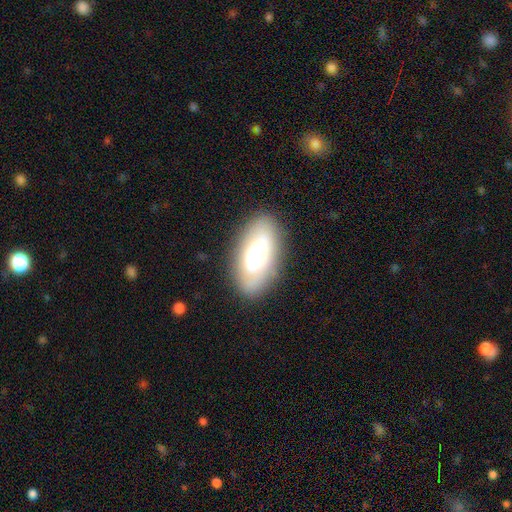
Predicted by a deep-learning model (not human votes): smooth 64%, featured or disk 27%, star or artifact 8%. Down the decision tree: how rounded — in between (88%); merging — none (83%).